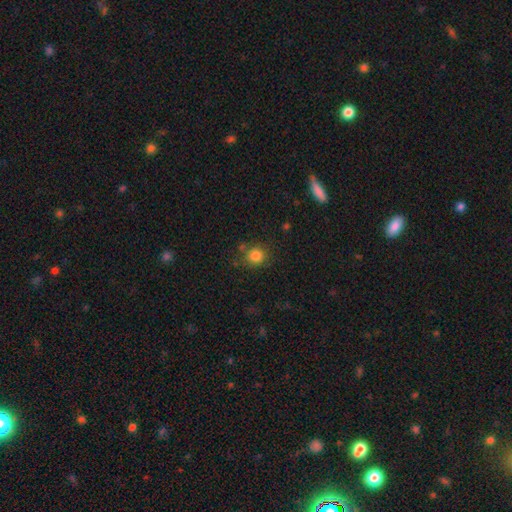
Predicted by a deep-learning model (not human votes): The model was most divided on "merging": none: 77%, minor disturbance: 13%, merger: 6%, major disturbance: 4%. More confident: how rounded — round (87%); smooth or featured — smooth (83%).